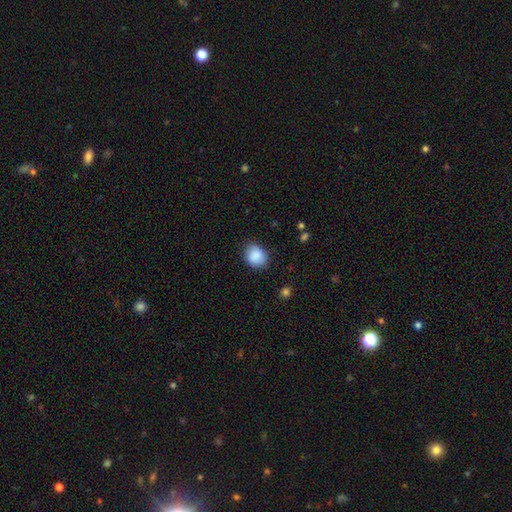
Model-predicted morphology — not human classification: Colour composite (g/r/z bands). It shows a smooth galaxy with no disk features (88%) that is round (51%). Merging: none (81%).